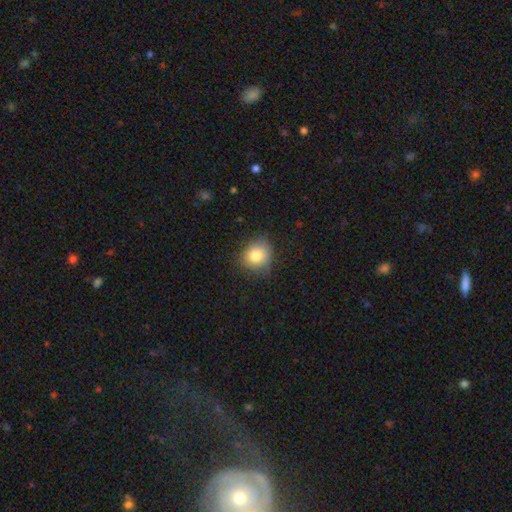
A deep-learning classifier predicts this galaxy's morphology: smooth_or_featured: smooth (p=0.79) [alt: star or artifact p=0.11]
how_rounded: round (p=0.77) [alt: in between p=0.22]
merging: none (p=0.75) [alt: minor disturbance p=0.20]